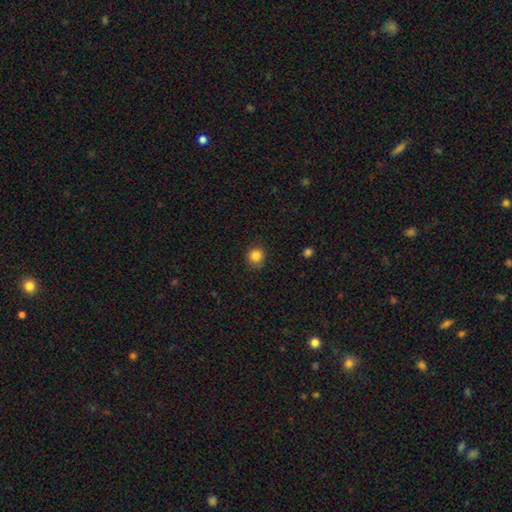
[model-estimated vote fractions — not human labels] Smooth or featured? smooth (84%)
How rounded? round (91%)
Merging? none (85%)